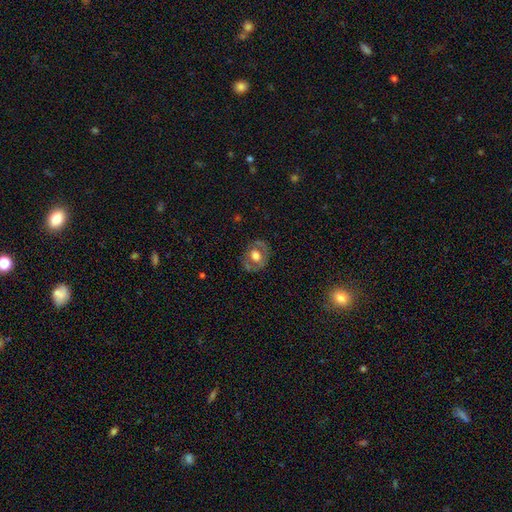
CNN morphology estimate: smooth_or_featured: featured or disk (p=0.50) [alt: smooth p=0.42]
disk_edge_on: no (p=0.94) [alt: yes p=0.06]
merging: none (p=0.75) [alt: minor disturbance p=0.16]